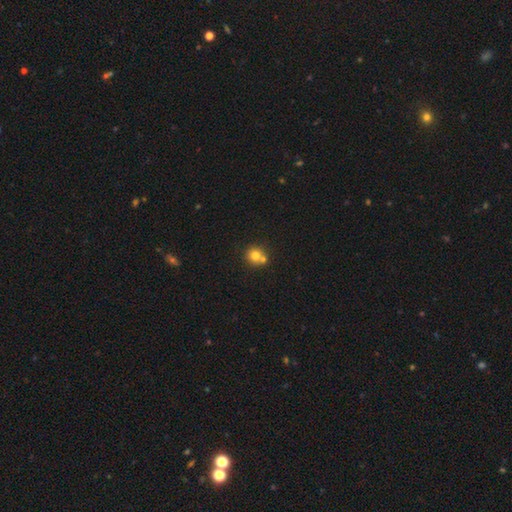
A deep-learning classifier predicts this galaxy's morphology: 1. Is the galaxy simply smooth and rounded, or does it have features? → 76% smooth, 12% star or artifact, 12% featured or disk.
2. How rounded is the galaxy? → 89% round, 10% in between, 1% cigar-shaped.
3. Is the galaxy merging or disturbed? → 57% none, 33% merger, 8% minor disturbance, 2% major disturbance.